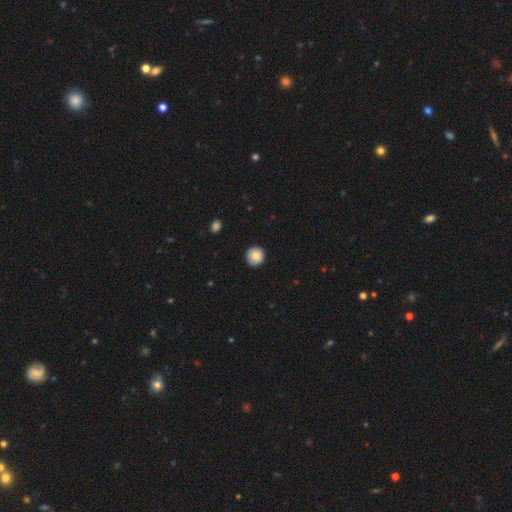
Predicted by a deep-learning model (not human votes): Smooth or featured?
  - smooth: 81% *
  - featured or disk: 11%
  - star or artifact: 8%
How rounded?
  - round: 93% *
  - in between: 6%
  - cigar-shaped: 1%
Merging?
  - none: 90% *
  - minor disturbance: 8%
  - major disturbance: 2%
  - merger: 1%